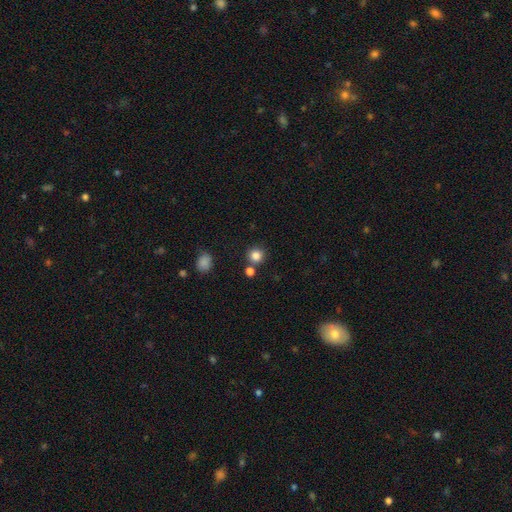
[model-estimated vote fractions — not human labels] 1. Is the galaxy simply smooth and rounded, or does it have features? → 83% smooth, 12% star or artifact, 5% featured or disk.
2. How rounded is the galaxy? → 91% round, 8% in between, 1% cigar-shaped.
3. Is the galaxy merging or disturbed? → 75% none, 14% merger, 8% minor disturbance, 3% major disturbance.